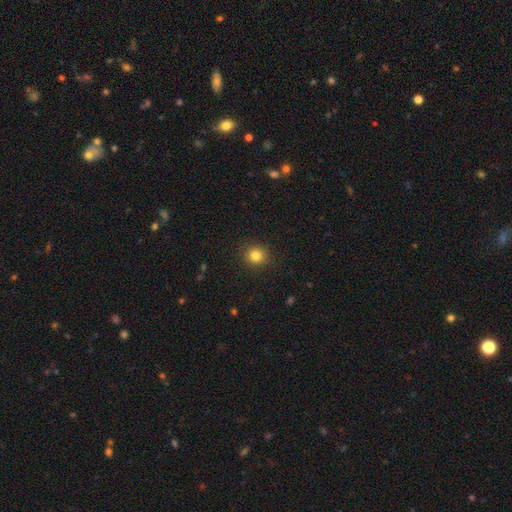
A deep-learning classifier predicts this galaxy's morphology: Q: Smooth or featured?
A: smooth (83%); runner-up: star or artifact (12%)
Q: How rounded?
A: round (91%); runner-up: in between (9%)
Q: Merging?
A: none (91%); runner-up: minor disturbance (6%)